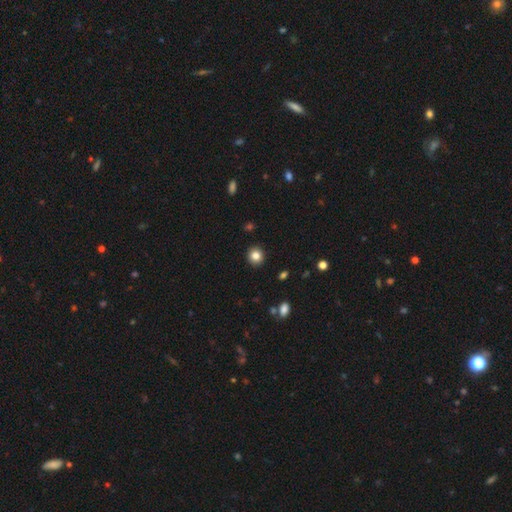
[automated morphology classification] This appears to be a smooth galaxy with no disk features (83%) that is round (87%). Merging: none (92%).